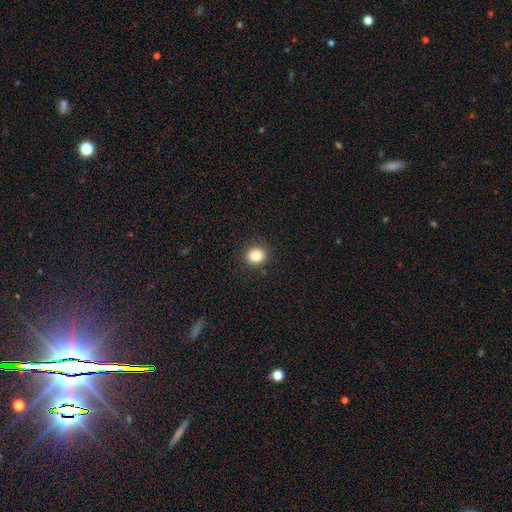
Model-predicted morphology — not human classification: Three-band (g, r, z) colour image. It shows a smooth galaxy with no disk features (86%) that is round (70%). Merging: none (89%).